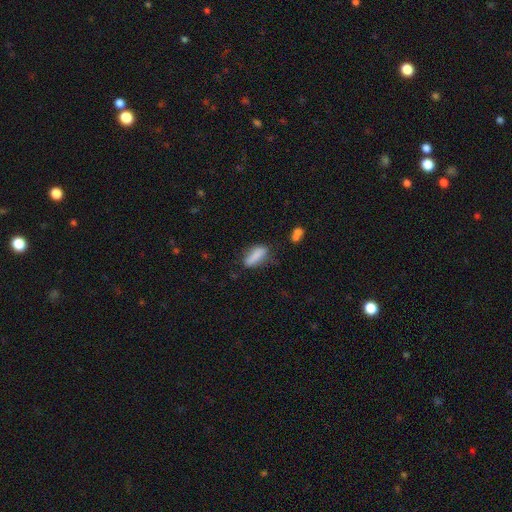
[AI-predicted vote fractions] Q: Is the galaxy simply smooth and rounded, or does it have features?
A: smooth — 83%.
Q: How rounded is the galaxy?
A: in between — 62%.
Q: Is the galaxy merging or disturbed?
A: none — 67%.